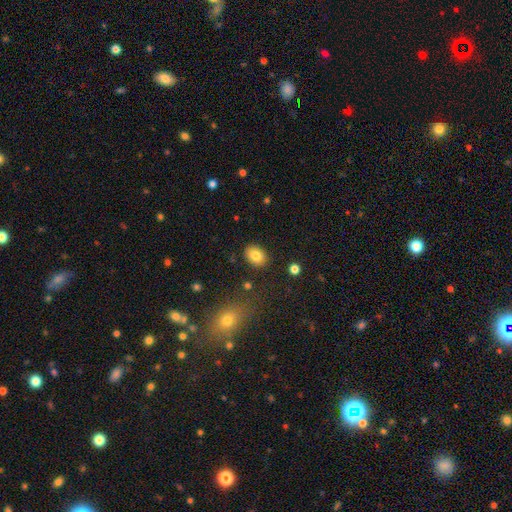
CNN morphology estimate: This is clearly a smooth galaxy (82%). How rounded: likely in between (70%). Merging: clearly none (87%).